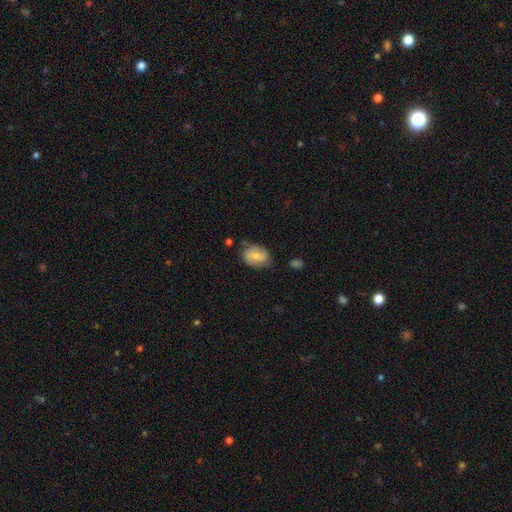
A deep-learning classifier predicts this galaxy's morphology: smooth-or-featured: smooth: 59% | featured or disk: 34% | star or artifact: 7%
  how-rounded: in between: 73% | round: 26% | cigar-shaped: 1%
  merging: none: 65% | minor disturbance: 26% | major disturbance: 6% | merger: 3%